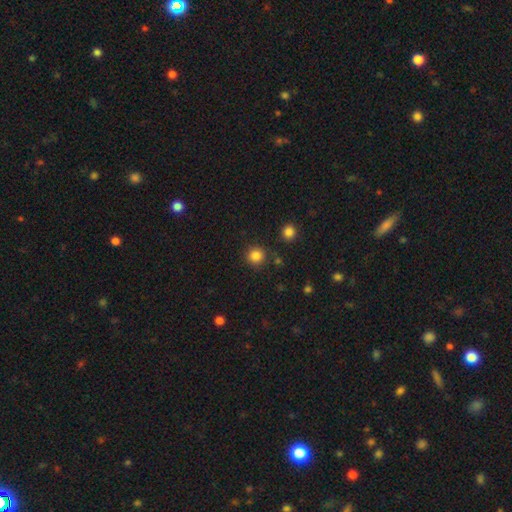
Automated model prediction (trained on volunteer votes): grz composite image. It shows a smooth galaxy with no disk features (84%) that is round (93%). Merging: none (87%).